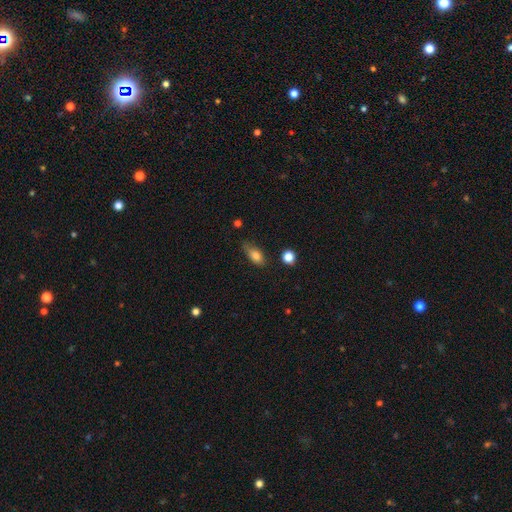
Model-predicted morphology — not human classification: smooth 79%, featured or disk 12%, star or artifact 9%. Down the decision tree: how rounded — in between (80%); merging — none (61%).